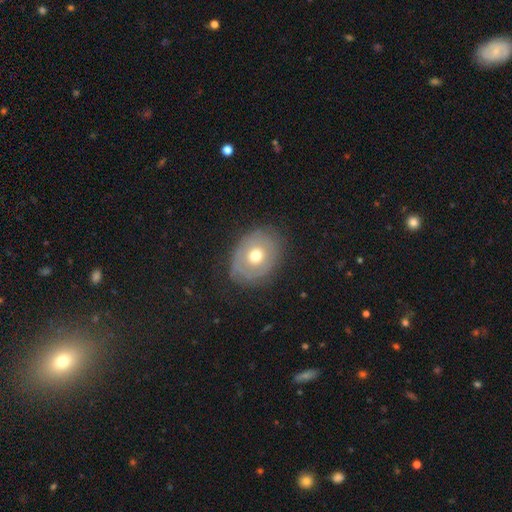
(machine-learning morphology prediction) This appears to be a smooth galaxy with no disk features (50%). Merging: none (75%).